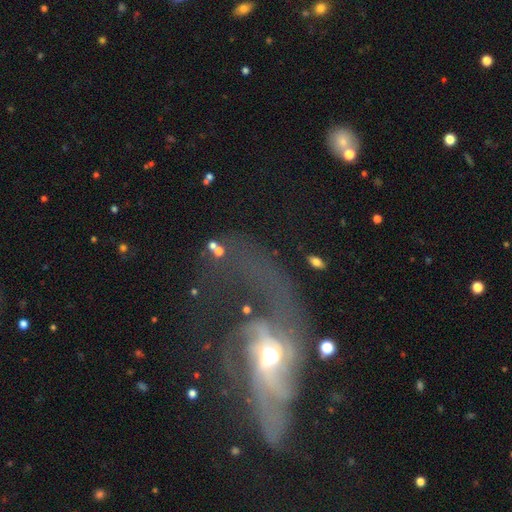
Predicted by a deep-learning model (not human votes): Smooth or featured? Predicted: featured or disk (p=0.72). Edge-on disk? Predicted: no (p=0.94). Bar? Predicted: no (p=0.52). Spiral arms? Predicted: yes (p=0.73). Bulge size? Predicted: moderate (p=0.61). Merging? Predicted: major disturbance (p=0.54).